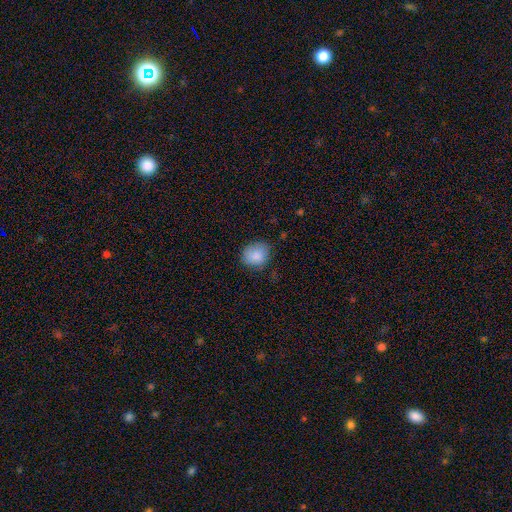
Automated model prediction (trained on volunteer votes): Overall: smooth (85%). How rounded: round (64%; in between 35%). Merging: none (72%).